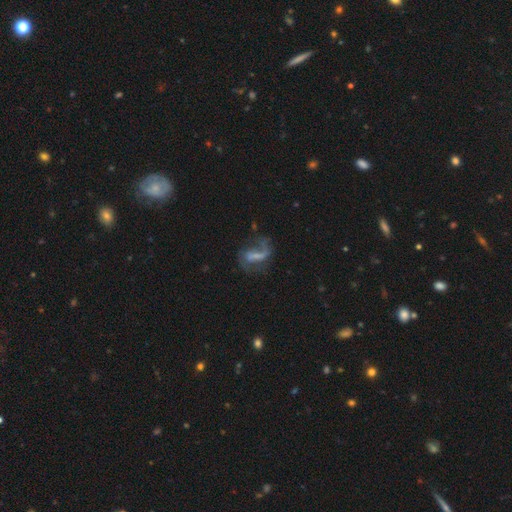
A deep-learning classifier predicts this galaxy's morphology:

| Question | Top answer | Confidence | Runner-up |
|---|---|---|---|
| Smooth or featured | featured or disk | 66% | smooth (24%) |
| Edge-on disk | no | 95% | yes (5%) |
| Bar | strong | 41% | weak (36%) |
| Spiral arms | yes | 76% | no (24%) |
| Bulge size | none | 46% | small (30%) |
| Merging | none | 40% | major disturbance (35%) |